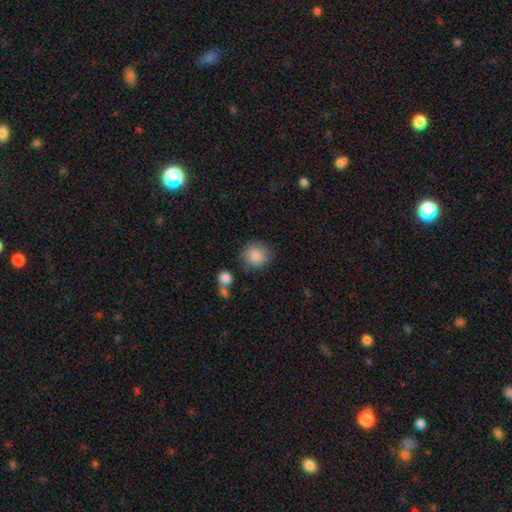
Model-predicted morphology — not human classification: Overall: smooth (86%). How rounded: round (86%). Merging: none (76%).